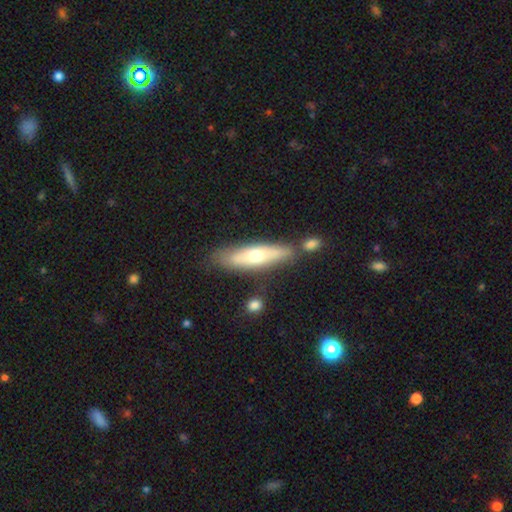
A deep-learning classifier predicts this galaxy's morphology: Smooth or featured? smooth (49%)
Merging? none (70%)